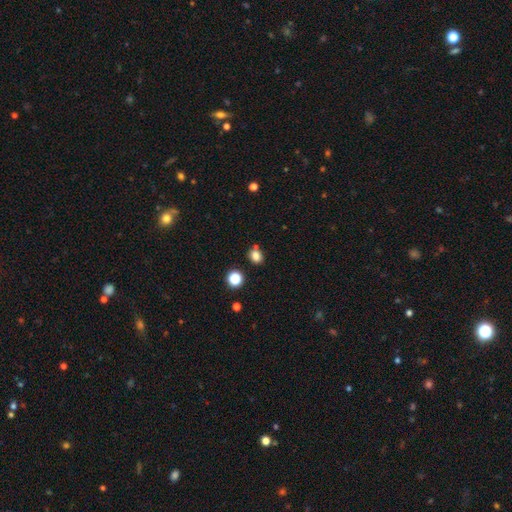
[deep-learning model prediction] The model was most divided on "how rounded": round: 50%, in between: 49%, cigar-shaped: 1%. More confident: smooth or featured — smooth (80%); merging — none (72%).